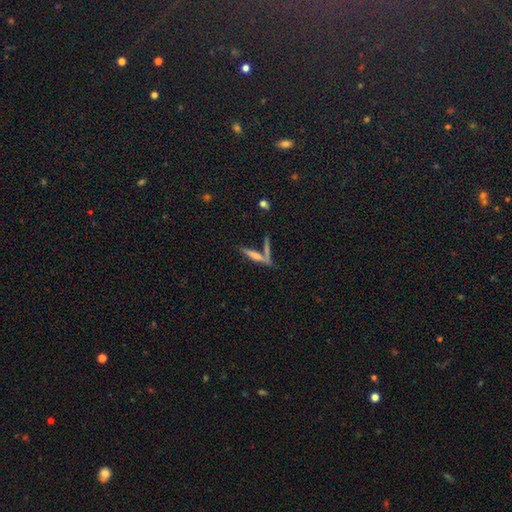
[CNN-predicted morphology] type=featured or disk (49%); merging=none (65%).